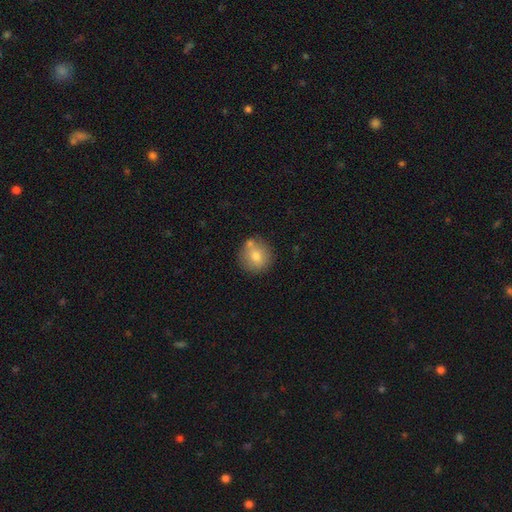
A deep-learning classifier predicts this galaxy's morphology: Overall: smooth (76%). How rounded: round (91%). Merging: none (73%).